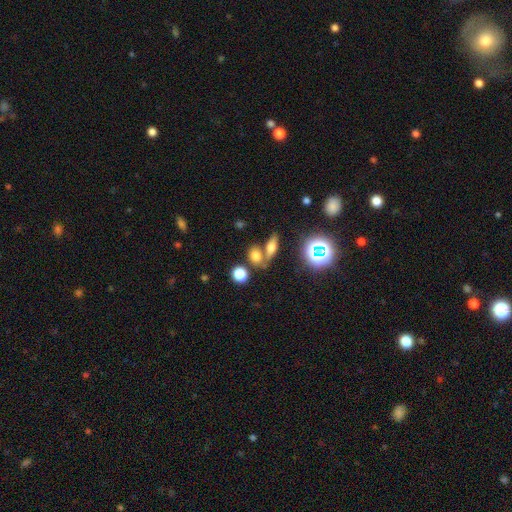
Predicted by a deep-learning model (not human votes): A smooth galaxy with no disk features (69%) that is in between round and cigar-shaped (59%). Merging: none (55%).